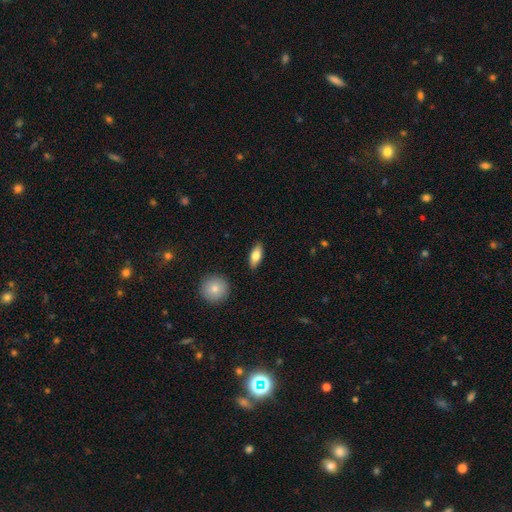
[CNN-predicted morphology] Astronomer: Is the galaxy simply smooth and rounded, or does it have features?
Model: smooth — 76%.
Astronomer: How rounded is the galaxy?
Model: in between — 81%.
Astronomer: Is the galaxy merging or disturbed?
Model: none — 88%.